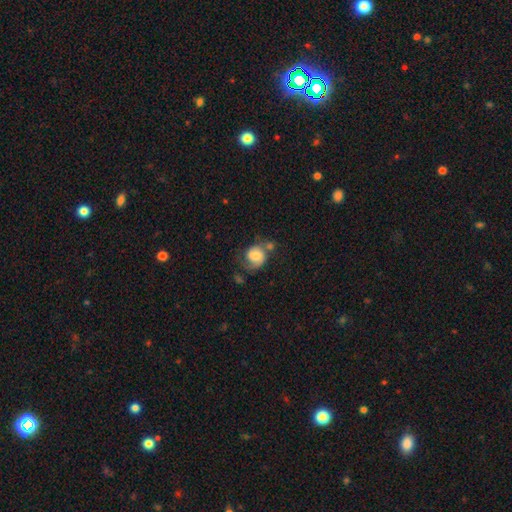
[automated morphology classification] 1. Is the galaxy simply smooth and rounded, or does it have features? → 49% featured or disk, 43% smooth, 8% star or artifact.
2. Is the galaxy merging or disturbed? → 38% none, 24% minor disturbance, 23% major disturbance, 14% merger.